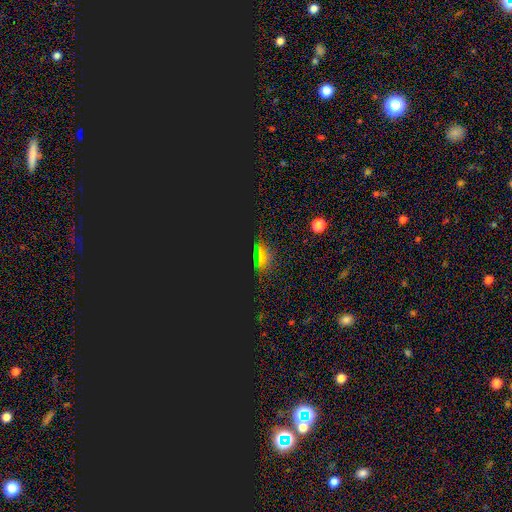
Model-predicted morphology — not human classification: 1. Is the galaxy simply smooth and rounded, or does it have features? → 71% star or artifact, 21% smooth, 8% featured or disk.